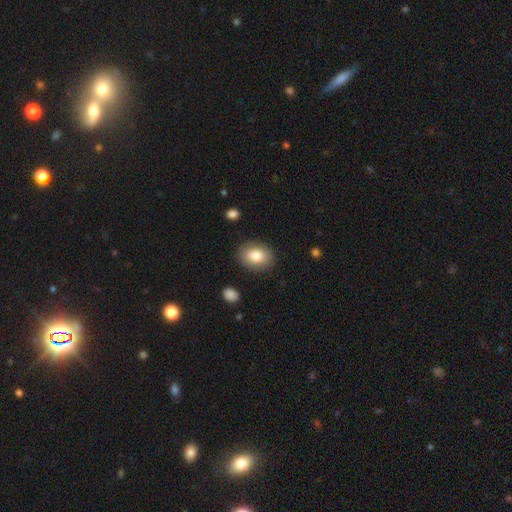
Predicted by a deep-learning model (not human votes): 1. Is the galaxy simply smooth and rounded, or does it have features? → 82% smooth, 10% featured or disk, 8% star or artifact.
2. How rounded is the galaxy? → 67% in between, 32% round, 1% cigar-shaped.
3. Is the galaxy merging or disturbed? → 87% none, 9% minor disturbance, 3% major disturbance, 1% merger.